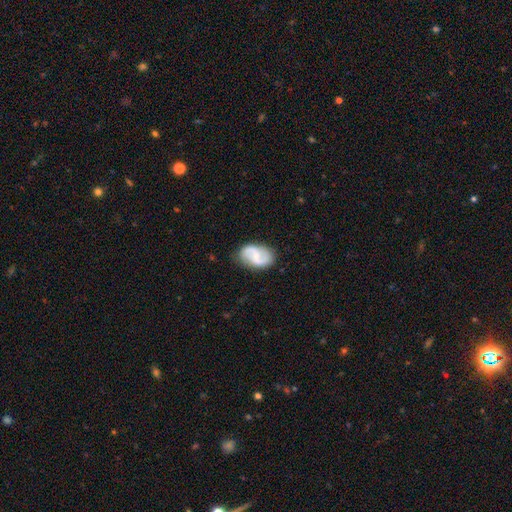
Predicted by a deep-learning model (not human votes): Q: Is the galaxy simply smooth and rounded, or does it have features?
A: featured or disk — 72%.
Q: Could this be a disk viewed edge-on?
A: no — 97%.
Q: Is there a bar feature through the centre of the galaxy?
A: weak — 47%.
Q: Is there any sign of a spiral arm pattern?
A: yes — 92%.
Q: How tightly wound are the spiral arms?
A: loose — 46%.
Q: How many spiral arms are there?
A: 2 — 91%.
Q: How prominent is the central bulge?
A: small — 57%.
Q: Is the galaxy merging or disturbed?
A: none — 81%.